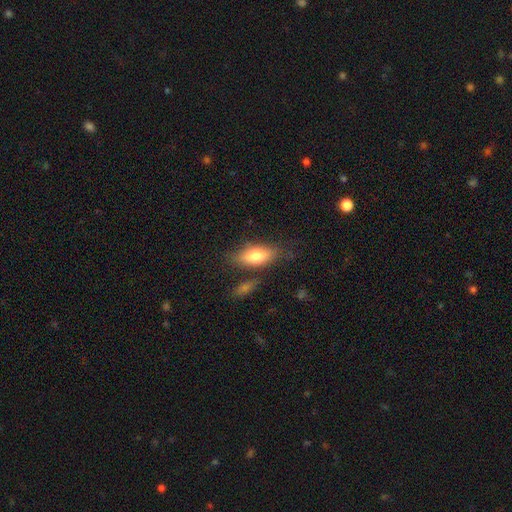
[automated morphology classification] smooth_or_featured: smooth (p=0.77) [alt: featured or disk p=0.17]
how_rounded: in between (p=0.81) [alt: cigar-shaped p=0.15]
merging: none (p=0.71) [alt: minor disturbance p=0.17]